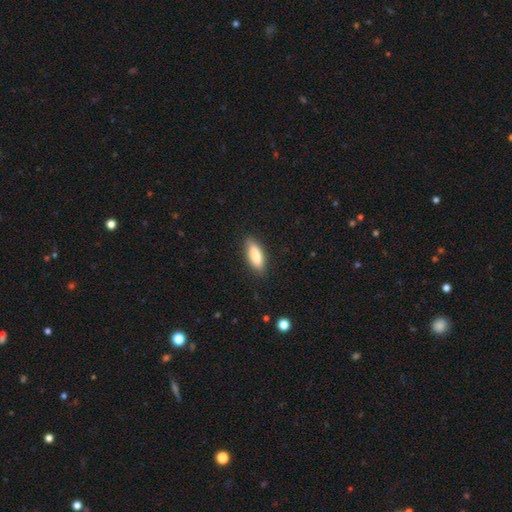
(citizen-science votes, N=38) Morphology: type=smooth (82%); roundness=in between (55%); merging=none (86%).